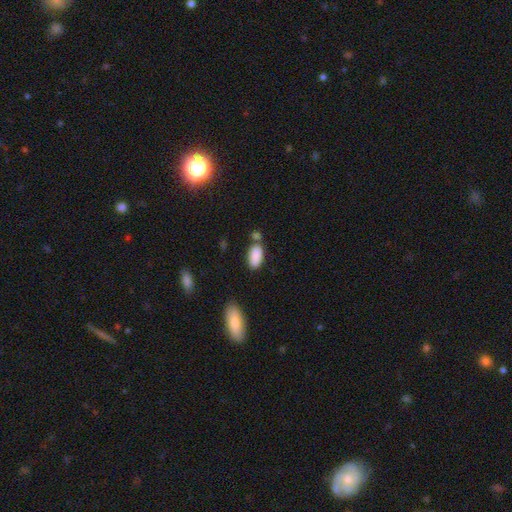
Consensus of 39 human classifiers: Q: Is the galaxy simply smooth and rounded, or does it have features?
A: smooth — 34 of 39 (87%).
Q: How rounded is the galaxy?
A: in between — 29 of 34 (85%).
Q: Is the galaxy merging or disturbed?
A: none — 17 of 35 (49%).